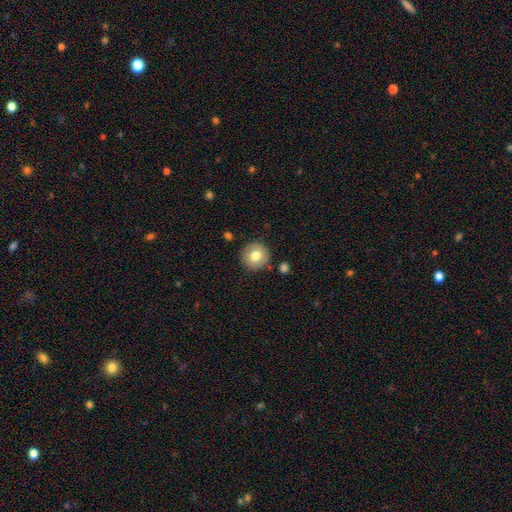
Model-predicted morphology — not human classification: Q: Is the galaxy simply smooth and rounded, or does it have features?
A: smooth — 77%.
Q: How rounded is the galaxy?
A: round — 94%.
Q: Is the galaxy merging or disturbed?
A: none — 87%.